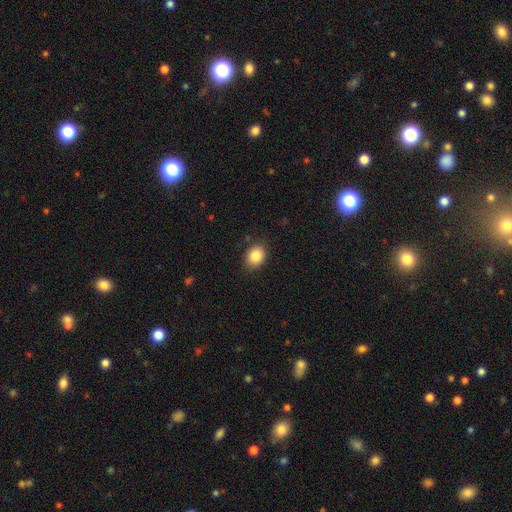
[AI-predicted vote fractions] Q: Smooth or featured?
A: smooth (86%); runner-up: star or artifact (9%)
Q: How rounded?
A: in between (56%); runner-up: round (43%)
Q: Merging?
A: none (86%); runner-up: minor disturbance (10%)